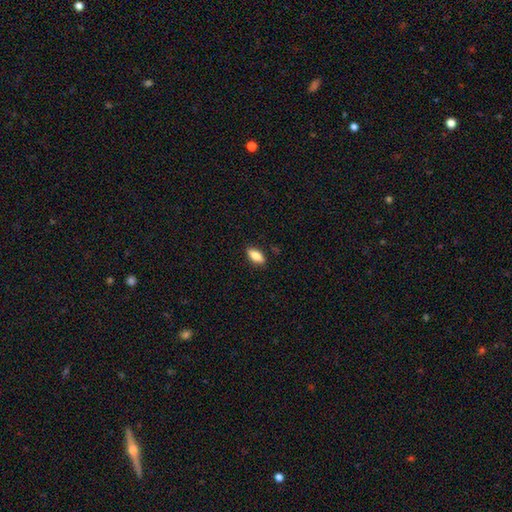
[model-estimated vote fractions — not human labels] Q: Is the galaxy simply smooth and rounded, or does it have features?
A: smooth — 76%.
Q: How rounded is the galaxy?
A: in between — 79%.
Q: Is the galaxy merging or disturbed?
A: none — 87%.